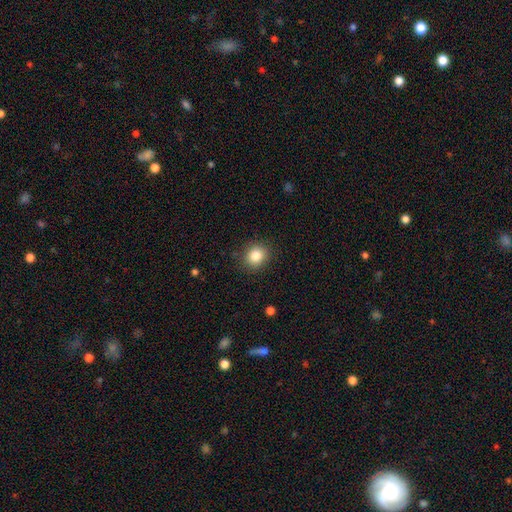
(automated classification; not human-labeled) Morphology: type=smooth (85%); roundness=round (74%); merging=none (87%).